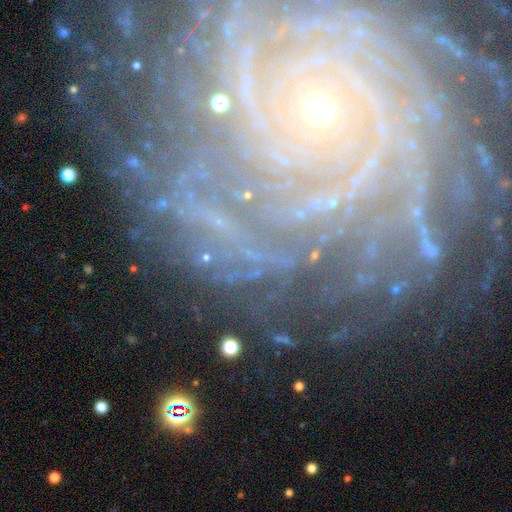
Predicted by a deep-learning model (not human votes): featured or disk 78%, star or artifact 15%, smooth 7%. Down the decision tree: edge-on disk — no (96%); bar — no (64%); spiral arms — yes (97%); spiral arm count — more than 4 (27%); spiral winding — tight (80%); bulge size — small (75%); merging — none (73%).